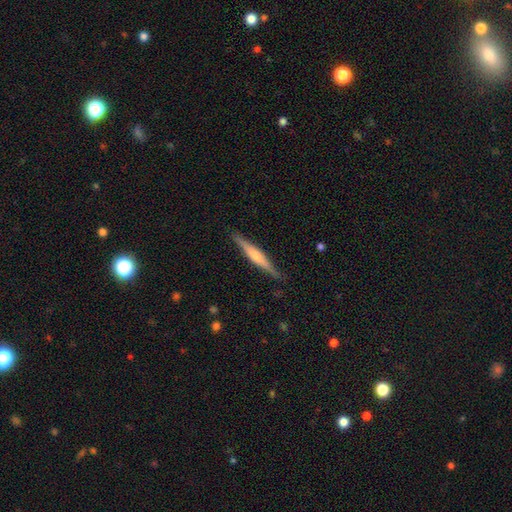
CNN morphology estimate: This is likely a featured or disk galaxy (61%). It is clearly viewed edge-on (98%). Edge-on bulge: possibly rounded (51%). Merging: clearly none (88%).